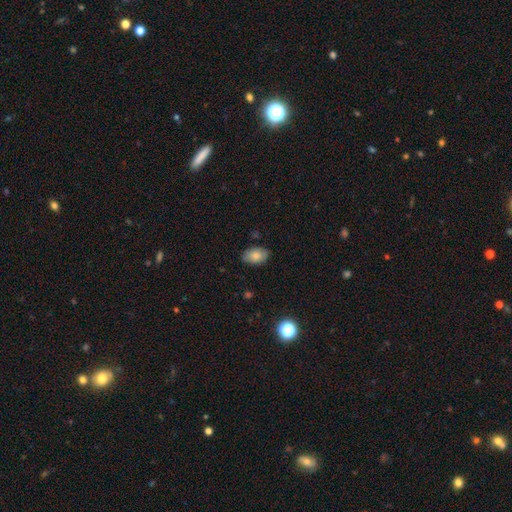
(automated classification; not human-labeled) Morphology: type=smooth (83%); roundness=in between (89%); merging=none (84%).